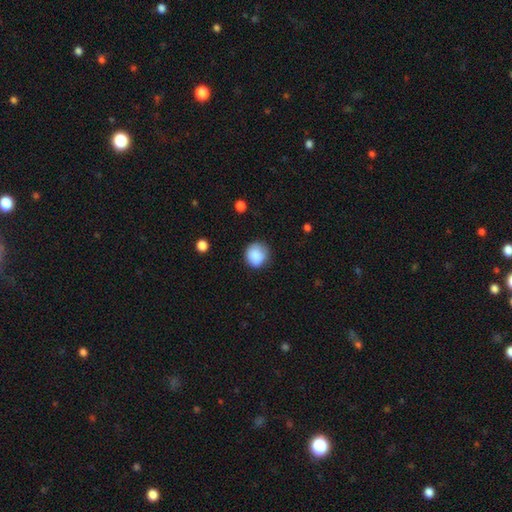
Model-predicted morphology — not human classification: This appears to be a smooth galaxy with no disk features (87%) that is round (87%). Merging: none (75%).